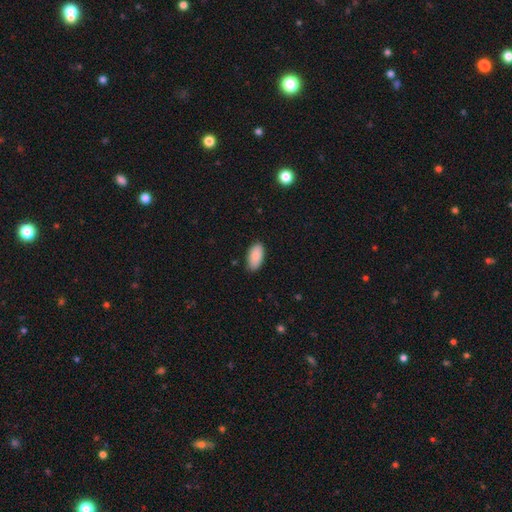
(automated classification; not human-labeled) Smooth or featured: smooth — 88% (star or artifact — 6%)
How rounded: in between — 94% (cigar-shaped — 4%)
Merging: none — 84% (minor disturbance — 12%)